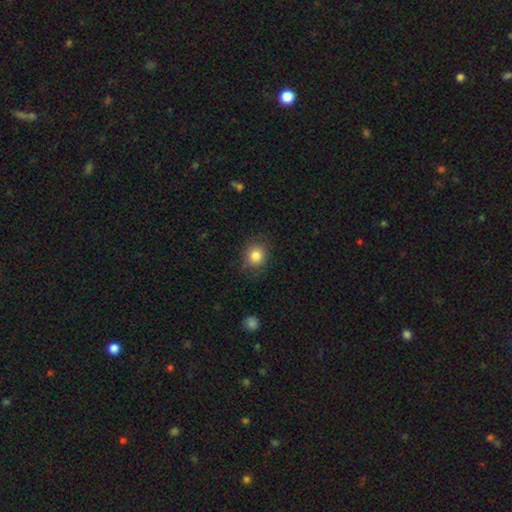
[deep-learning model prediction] Q: Smooth or featured?
A: smooth (84%); runner-up: star or artifact (10%)
Q: How rounded?
A: round (77%); runner-up: in between (22%)
Q: Merging?
A: none (79%); runner-up: minor disturbance (15%)